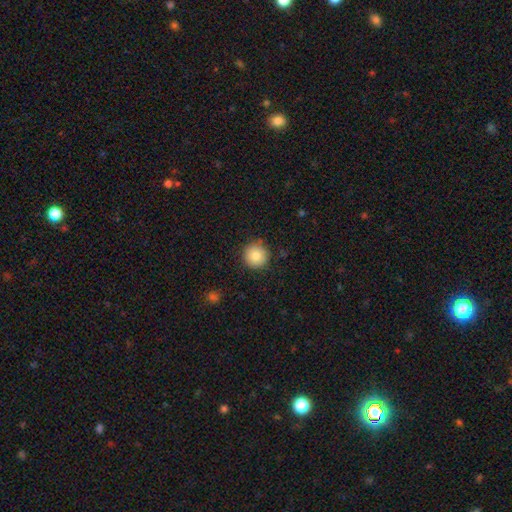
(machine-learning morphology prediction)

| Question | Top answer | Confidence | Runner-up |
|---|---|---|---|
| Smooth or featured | smooth | 85% | star or artifact (9%) |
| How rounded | round | 96% | in between (3%) |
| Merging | none | 90% | minor disturbance (7%) |